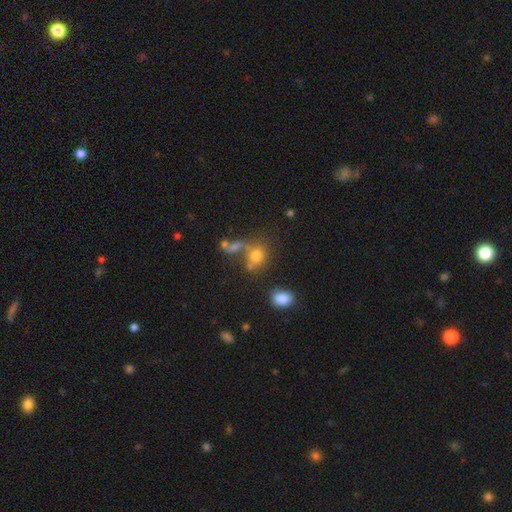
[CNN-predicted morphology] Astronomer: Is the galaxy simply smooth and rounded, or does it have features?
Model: smooth — 70%.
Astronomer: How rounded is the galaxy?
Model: round — 60% (runner-up: in between, 38%).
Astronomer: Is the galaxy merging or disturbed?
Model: none — 43% (runner-up: merger, 32%).